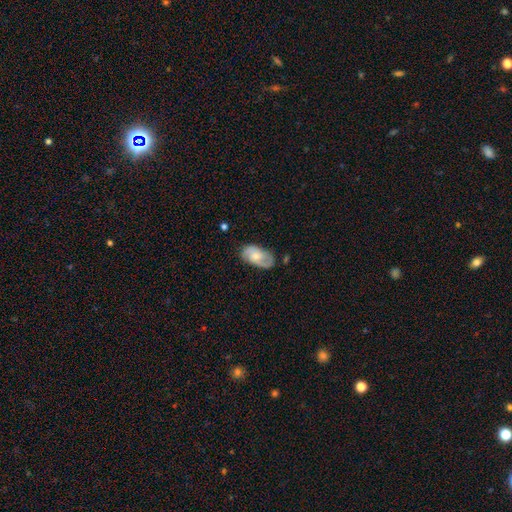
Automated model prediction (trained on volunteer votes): This appears to be a featured or disk galaxy (52%). Merging: none (66%).